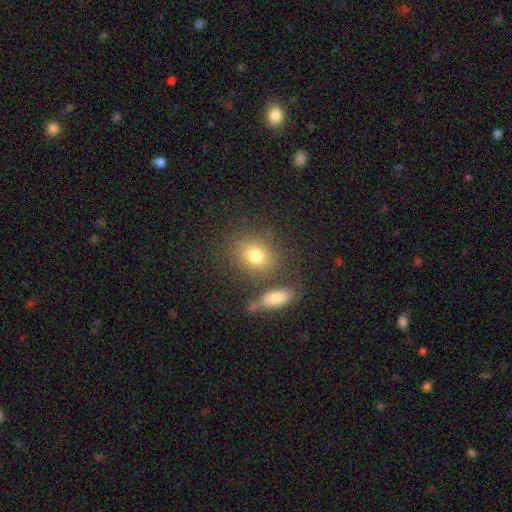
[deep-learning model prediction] The model was most divided on "how rounded": round: 52%, in between: 46%, cigar-shaped: 2%. More confident: smooth or featured — smooth (76%); merging — none (71%).